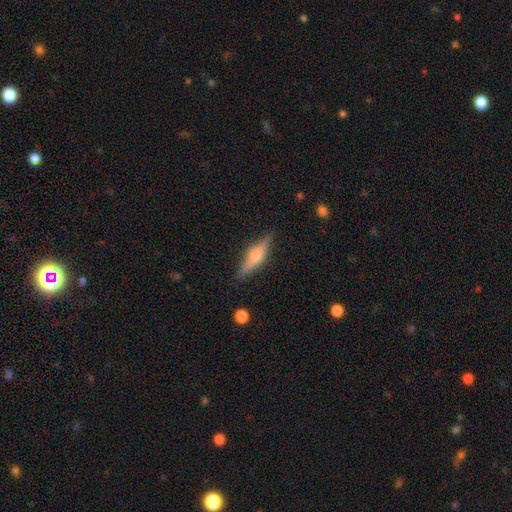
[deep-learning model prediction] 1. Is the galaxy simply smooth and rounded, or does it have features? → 64% featured or disk, 28% smooth, 7% star or artifact.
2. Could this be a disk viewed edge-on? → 96% yes, 4% no.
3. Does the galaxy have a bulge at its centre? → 88% rounded, 8% boxy, 3% none.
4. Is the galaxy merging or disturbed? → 86% none, 10% minor disturbance, 2% major disturbance, 1% merger.